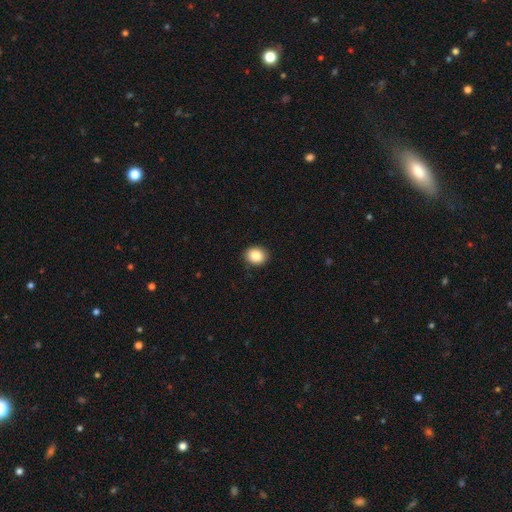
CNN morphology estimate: This is clearly a smooth galaxy (86%). How rounded: possibly round (59%). Merging: clearly none (91%).